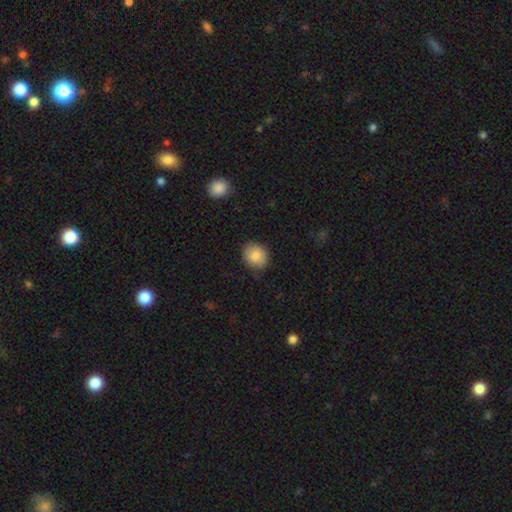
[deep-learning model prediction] Smooth or featured?
  - smooth: 85% *
  - star or artifact: 8%
  - featured or disk: 7%
How rounded?
  - round: 61% *
  - in between: 38%
  - cigar-shaped: 1%
Merging?
  - none: 83% *
  - minor disturbance: 14%
  - major disturbance: 3%
  - merger: 1%